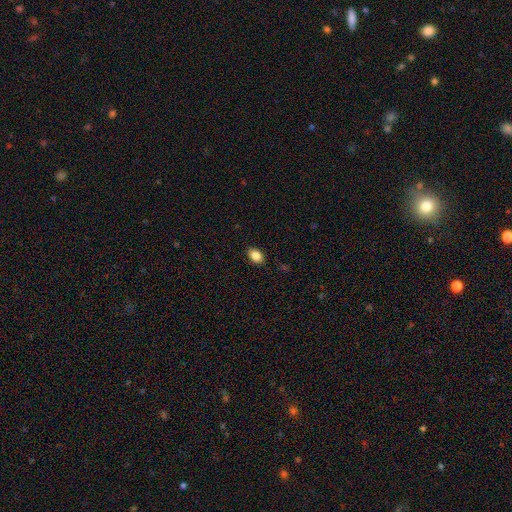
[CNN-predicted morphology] A smooth galaxy with no disk features (86%) that is in between round and cigar-shaped (81%).

Vote fractions:
- Smooth or featured? smooth: 86% / star or artifact: 9% / featured or disk: 5%
- How rounded? in between: 81% / round: 18% / cigar-shaped: 1%
- Merging? none: 89% / minor disturbance: 8% / major disturbance: 2% / merger: 1%